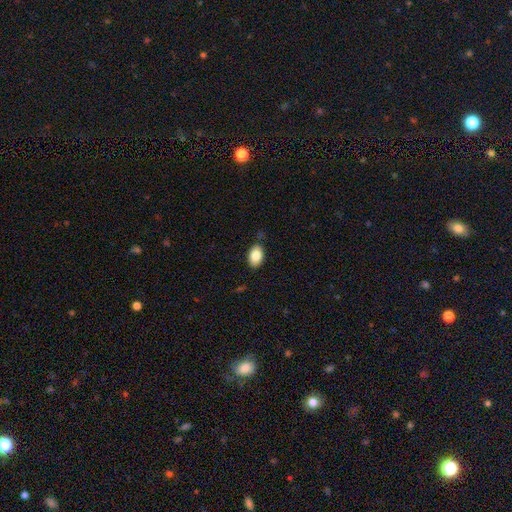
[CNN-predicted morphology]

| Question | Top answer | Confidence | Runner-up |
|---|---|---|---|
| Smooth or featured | smooth | 85% | star or artifact (8%) |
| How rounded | in between | 89% | round (10%) |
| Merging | none | 81% | minor disturbance (14%) |